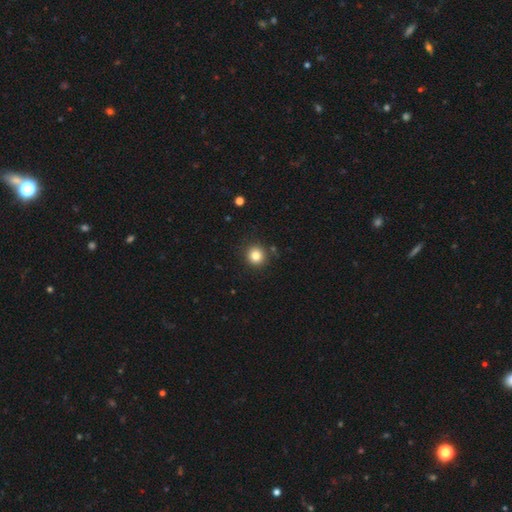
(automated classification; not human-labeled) smooth-or-featured: smooth: 82% | star or artifact: 12% | featured or disk: 6%
  how-rounded: round: 93% | in between: 6% | cigar-shaped: 1%
  merging: none: 89% | minor disturbance: 7% | major disturbance: 2% | merger: 2%